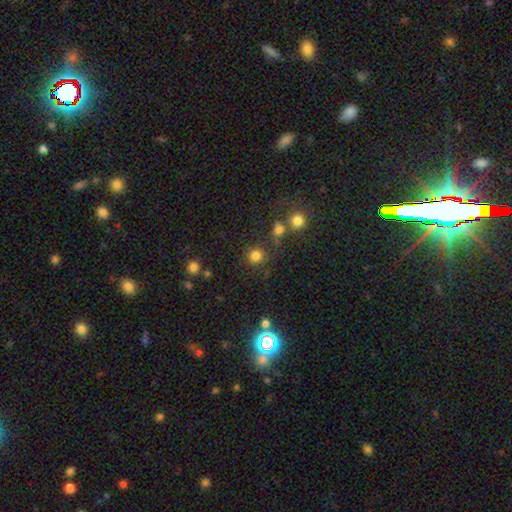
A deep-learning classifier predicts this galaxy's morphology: Smooth or featured: smooth — 80% (star or artifact — 15%)
How rounded: round — 91% (in between — 8%)
Merging: none — 78% (minor disturbance — 9%)